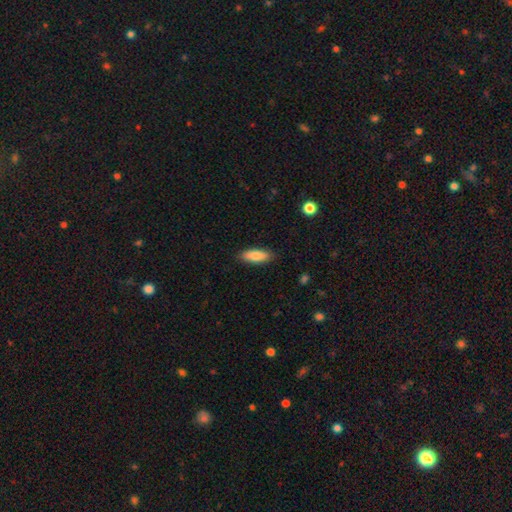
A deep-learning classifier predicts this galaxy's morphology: A smooth galaxy with no disk features (82%) that is in between round and cigar-shaped (65%). Merging: none (87%).